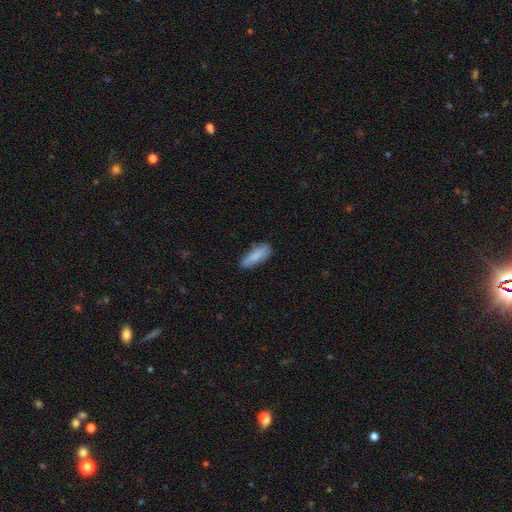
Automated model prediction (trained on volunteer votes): Overall: smooth (84%). How rounded: in between (61%; cigar-shaped 38%). Merging: none (74%).